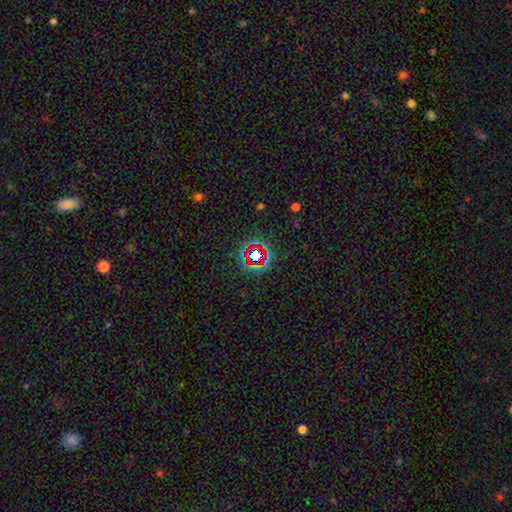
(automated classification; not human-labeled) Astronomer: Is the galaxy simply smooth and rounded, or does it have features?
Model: star or artifact — 73%.